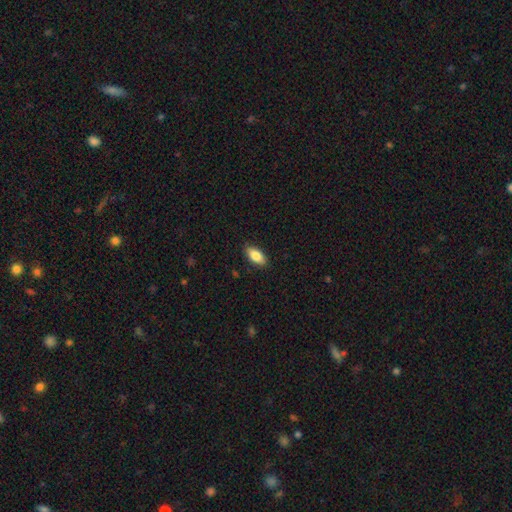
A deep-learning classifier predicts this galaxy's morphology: A smooth galaxy with no disk features (84%) that is in between round and cigar-shaped (89%).

Vote fractions:
- Smooth or featured? smooth: 84% / featured or disk: 10% / star or artifact: 7%
- How rounded? in between: 89% / cigar-shaped: 8% / round: 3%
- Merging? none: 88% / minor disturbance: 10% / major disturbance: 2% / merger: 1%